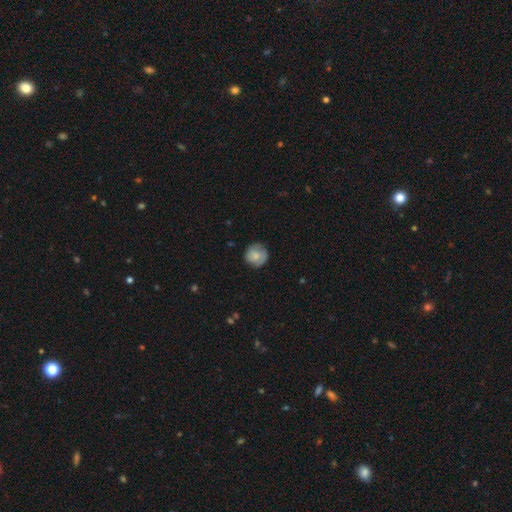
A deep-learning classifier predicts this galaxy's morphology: Overall: smooth (73%). How rounded: round (91%). Merging: none (77%).